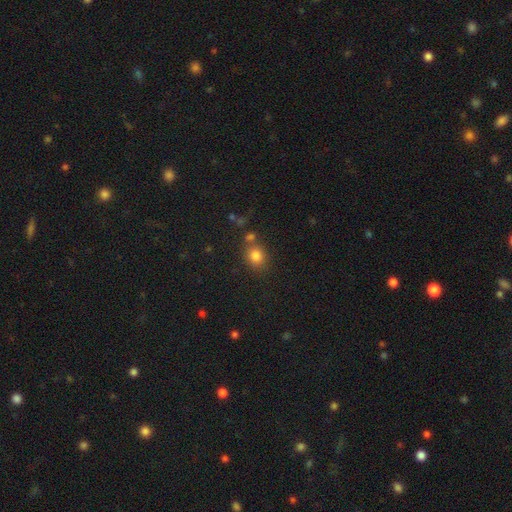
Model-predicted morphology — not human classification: Smooth or featured? Predicted: smooth (p=0.81). How rounded? Predicted: round (p=0.67). Merging? Predicted: none (p=0.68).